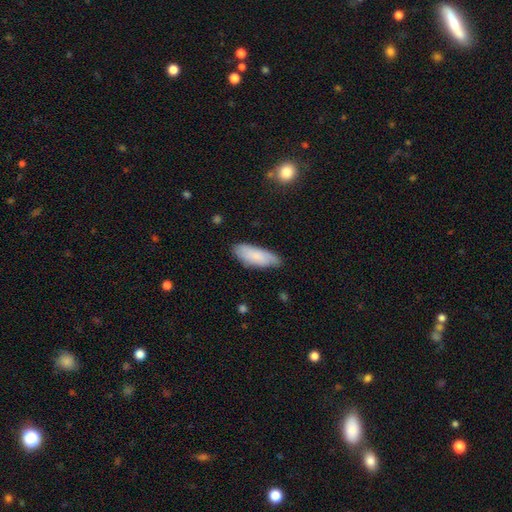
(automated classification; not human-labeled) Morphology: type=smooth (76%); roundness=in between (71%); merging=none (73%).